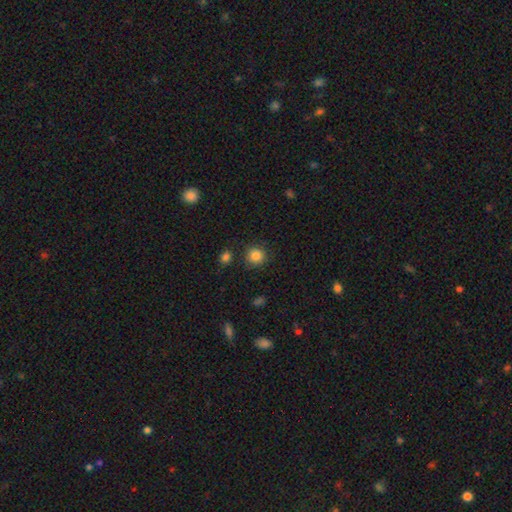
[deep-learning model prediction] Smooth or featured?
  - smooth: 85% *
  - star or artifact: 11%
  - featured or disk: 4%
How rounded?
  - round: 92% *
  - in between: 7%
  - cigar-shaped: 1%
Merging?
  - none: 86% *
  - minor disturbance: 8%
  - merger: 3%
  - major disturbance: 3%